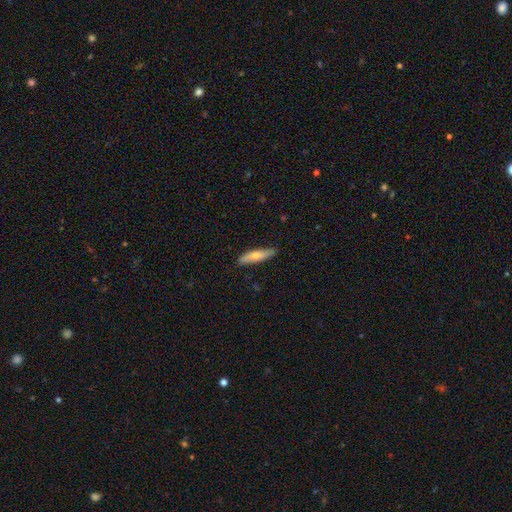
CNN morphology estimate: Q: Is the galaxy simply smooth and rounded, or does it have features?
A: smooth — 69%.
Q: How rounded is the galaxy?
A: cigar-shaped — 77%.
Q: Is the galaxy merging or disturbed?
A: none — 84%.